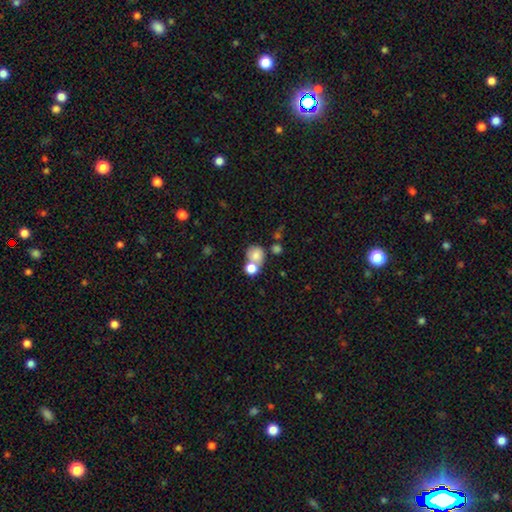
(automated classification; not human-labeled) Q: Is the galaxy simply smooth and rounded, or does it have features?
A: smooth — 77%.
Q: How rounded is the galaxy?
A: round — 76%.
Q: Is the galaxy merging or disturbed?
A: merger — 44%.